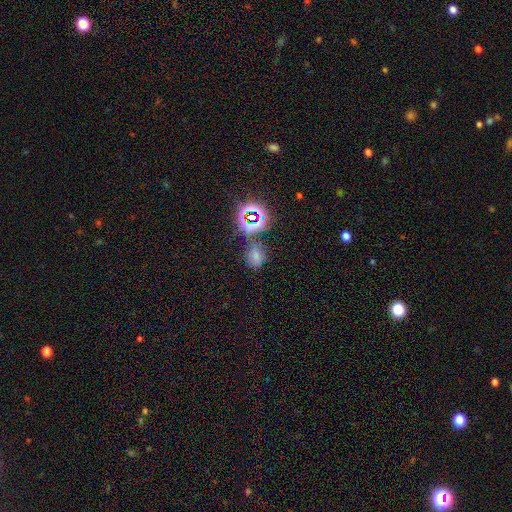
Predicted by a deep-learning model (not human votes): A smooth galaxy with no disk features (52%) that is in between round and cigar-shaped (60%).

Vote fractions:
- Smooth or featured? smooth: 52% / star or artifact: 39% / featured or disk: 9%
- How rounded? in between: 60% / round: 38% / cigar-shaped: 2%
- Merging? none: 67% / minor disturbance: 16% / merger: 11% / major disturbance: 6%